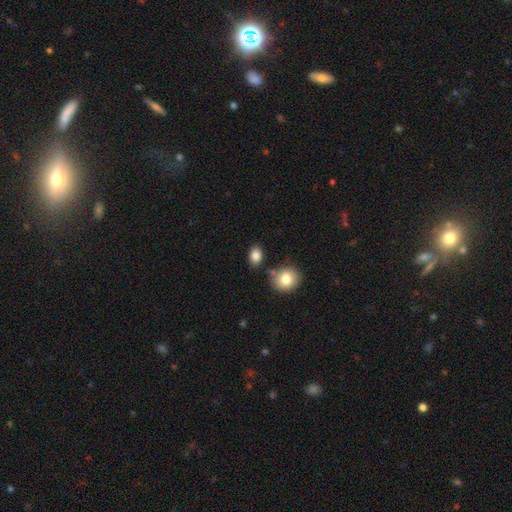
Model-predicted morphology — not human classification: smooth 85%, star or artifact 9%, featured or disk 6%. Down the decision tree: how rounded — in between (72%); merging — none (78%).